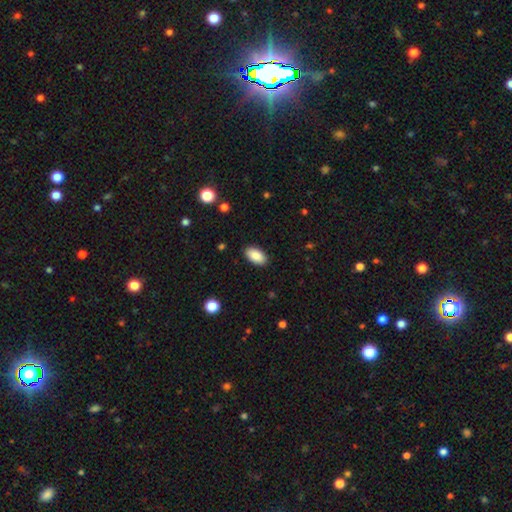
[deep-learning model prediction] This is clearly a smooth galaxy (89%). How rounded: clearly in between (95%). Merging: clearly none (89%).